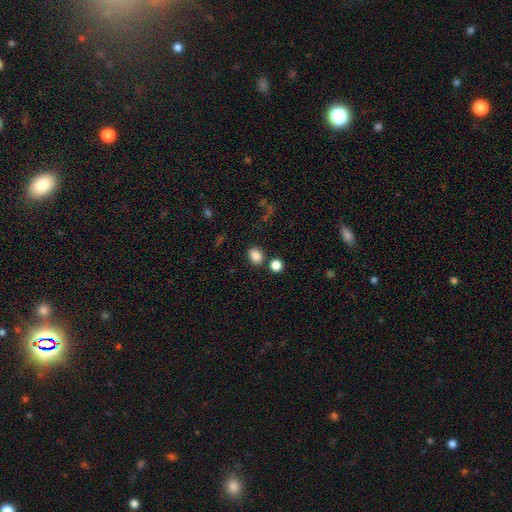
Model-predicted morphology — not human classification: This appears to be a smooth galaxy with no disk features (86%) that is in between round and cigar-shaped (58%). Merging: none (77%).